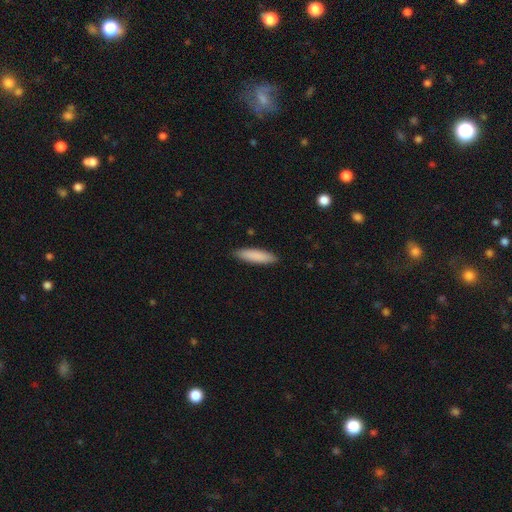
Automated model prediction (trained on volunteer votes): Morphology: type=smooth (87%); roundness=cigar-shaped (73%); merging=none (89%).